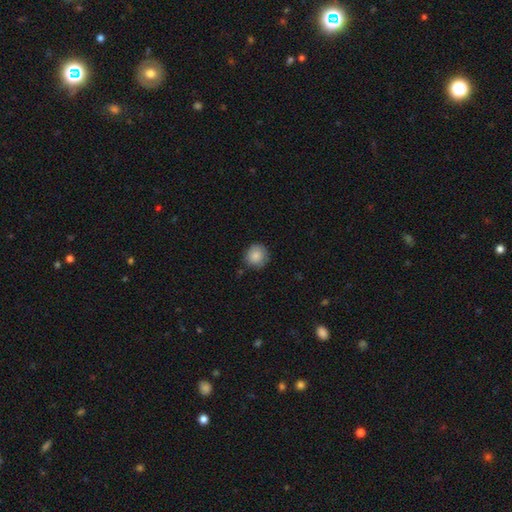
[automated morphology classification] type=smooth (86%); roundness=round (89%); merging=none (81%).